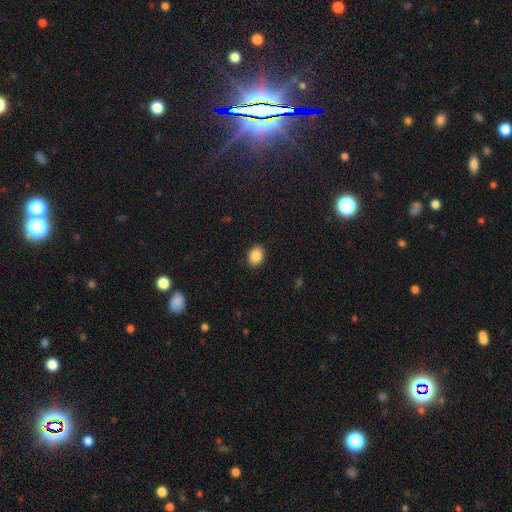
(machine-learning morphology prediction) Smooth or featured? Predicted: smooth (p=0.88). How rounded? Predicted: in between (p=0.67). Merging? Predicted: none (p=0.89).